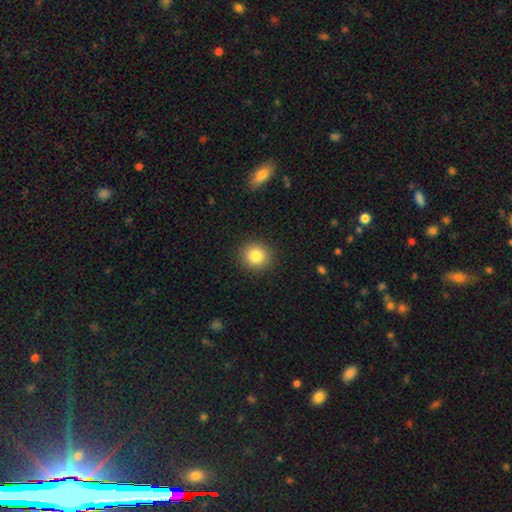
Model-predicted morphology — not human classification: Q: Smooth or featured?
A: smooth (83%); runner-up: star or artifact (10%)
Q: How rounded?
A: round (90%); runner-up: in between (9%)
Q: Merging?
A: none (91%); runner-up: minor disturbance (6%)